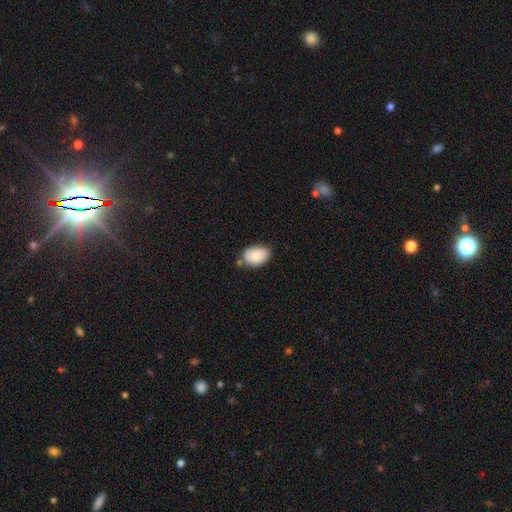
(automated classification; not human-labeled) Q: Smooth or featured?
A: smooth (75%); runner-up: featured or disk (18%)
Q: How rounded?
A: in between (87%); runner-up: round (11%)
Q: Merging?
A: none (66%); runner-up: minor disturbance (23%)